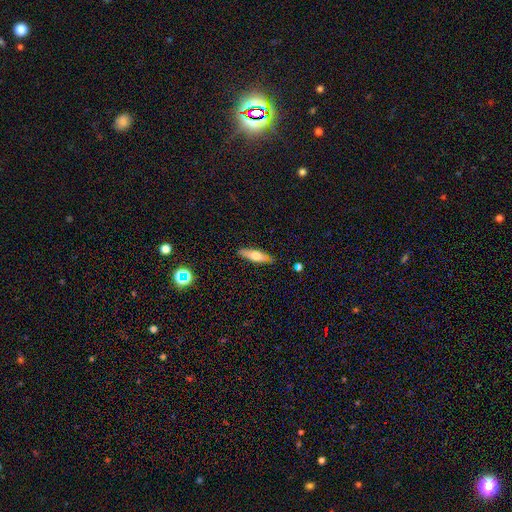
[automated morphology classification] This is possibly a smooth galaxy (59%). How rounded: possibly cigar-shaped (59%). Merging: clearly none (86%).